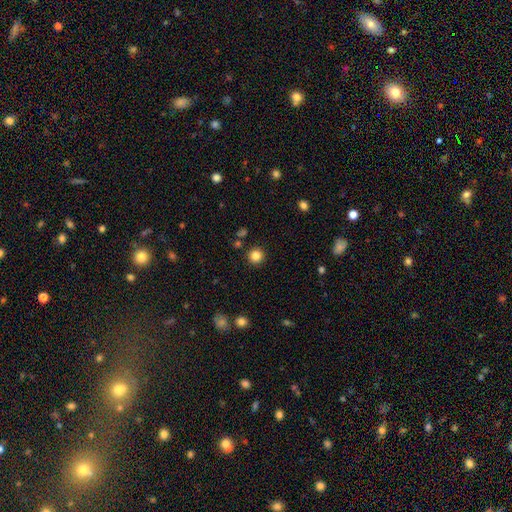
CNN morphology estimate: Q: Smooth or featured?
A: smooth (84%); runner-up: star or artifact (12%)
Q: How rounded?
A: round (95%); runner-up: in between (4%)
Q: Merging?
A: none (91%); runner-up: minor disturbance (5%)